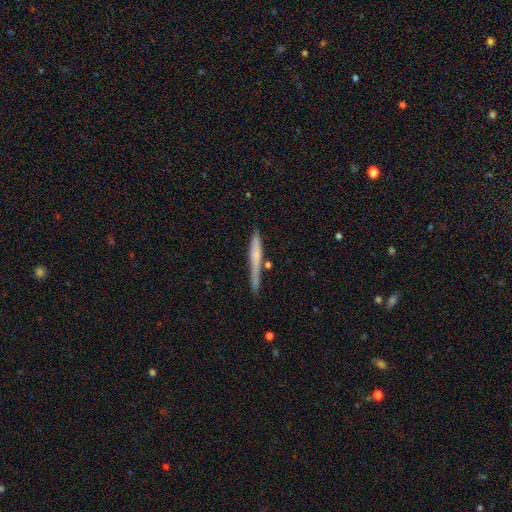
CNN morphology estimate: This appears to be a smooth galaxy with no disk features (50%) that is cigar-shaped (95%). Merging: none (70%).